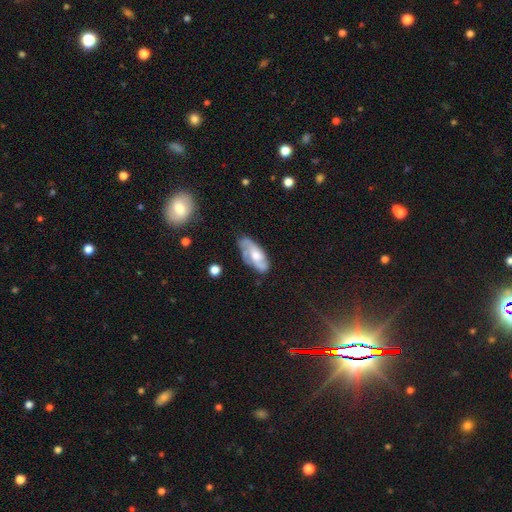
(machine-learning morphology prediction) A featured or disk galaxy (63%) with no bar (67%), spiral arms (86%) and a moderate central bulge (60%). Merging: none (59%).